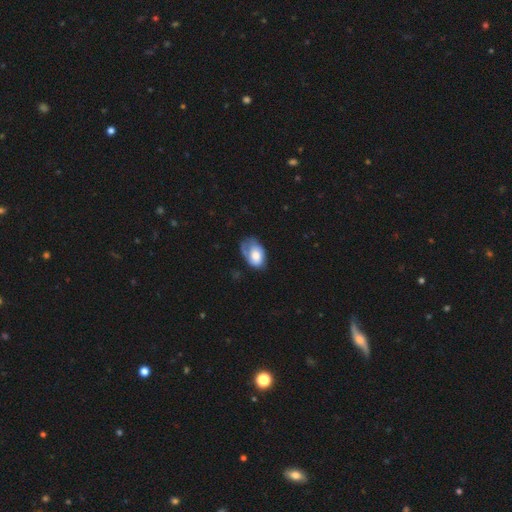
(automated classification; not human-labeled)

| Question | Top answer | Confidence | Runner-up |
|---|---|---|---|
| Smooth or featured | smooth | 63% | featured or disk (31%) |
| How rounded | in between | 86% | round (12%) |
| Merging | minor disturbance | 35% | major disturbance (32%) |